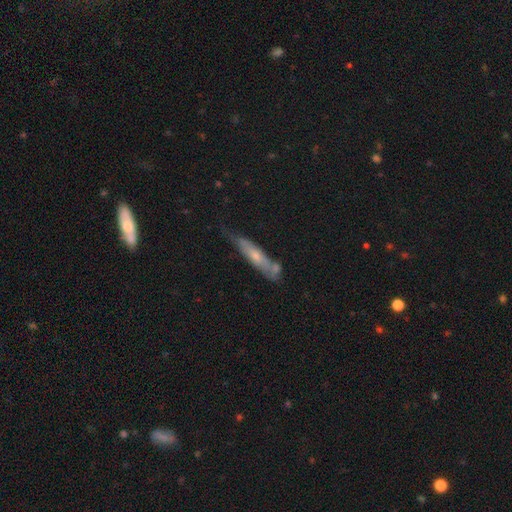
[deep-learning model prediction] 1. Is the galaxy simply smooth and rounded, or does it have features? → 49% featured or disk, 44% smooth, 6% star or artifact.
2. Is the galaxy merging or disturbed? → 46% none, 29% minor disturbance, 16% merger, 10% major disturbance.